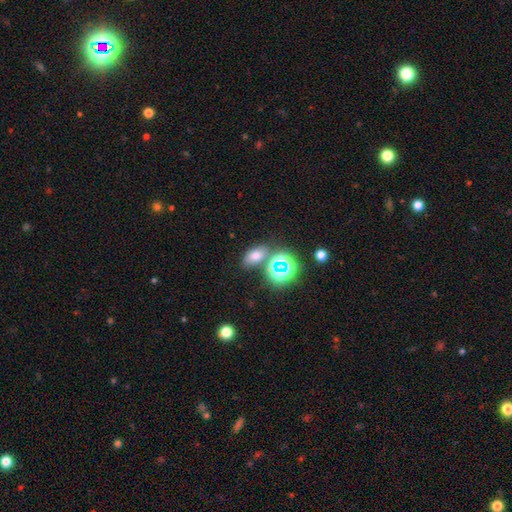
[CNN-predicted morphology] smooth-or-featured: smooth: 62% | star or artifact: 26% | featured or disk: 11%
  how-rounded: in between: 81% | round: 16% | cigar-shaped: 3%
  merging: none: 71% | merger: 13% | minor disturbance: 11% | major disturbance: 4%